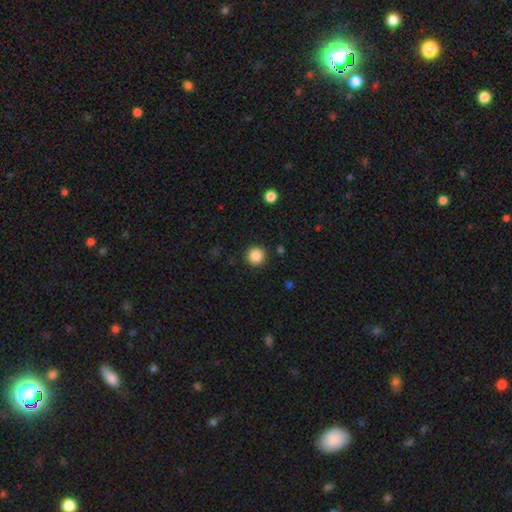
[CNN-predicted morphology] Smooth or featured? Predicted: smooth (p=0.87). How rounded? Predicted: round (p=0.95). Merging? Predicted: none (p=0.91).